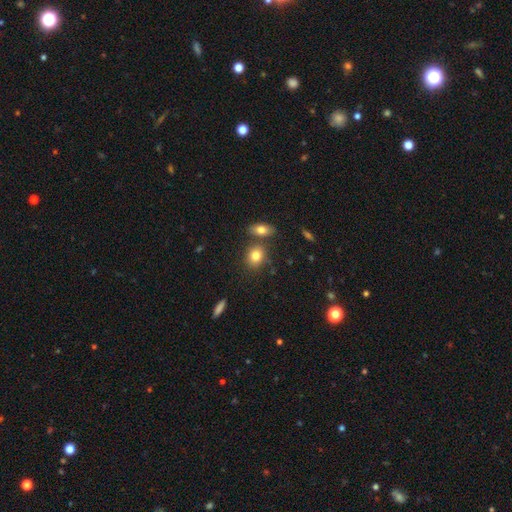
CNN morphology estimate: smooth_or_featured: smooth (p=0.81) [alt: featured or disk p=0.09]
how_rounded: round (p=0.56) [alt: in between p=0.43]
merging: none (p=0.70) [alt: merger p=0.17]